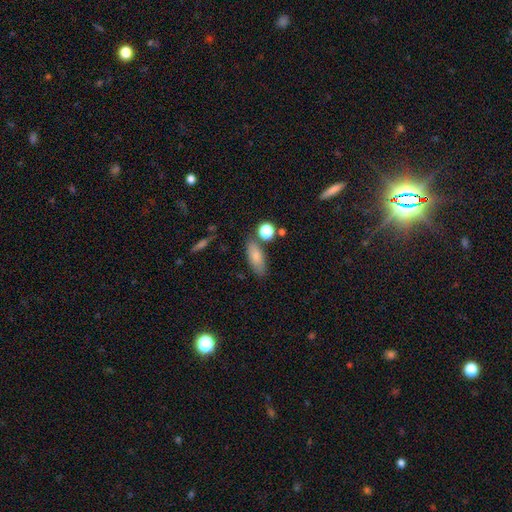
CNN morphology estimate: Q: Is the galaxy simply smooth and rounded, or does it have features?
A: smooth — 80%.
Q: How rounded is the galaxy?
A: in between — 74%.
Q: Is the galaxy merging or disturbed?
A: none — 72%.